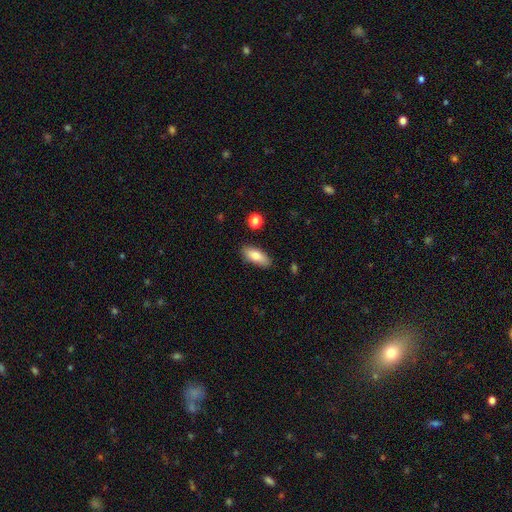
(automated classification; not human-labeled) Smooth or featured?
  - smooth: 80% *
  - featured or disk: 13%
  - star or artifact: 7%
How rounded?
  - in between: 77% *
  - cigar-shaped: 20%
  - round: 3%
Merging?
  - none: 85% *
  - minor disturbance: 11%
  - major disturbance: 2%
  - merger: 2%